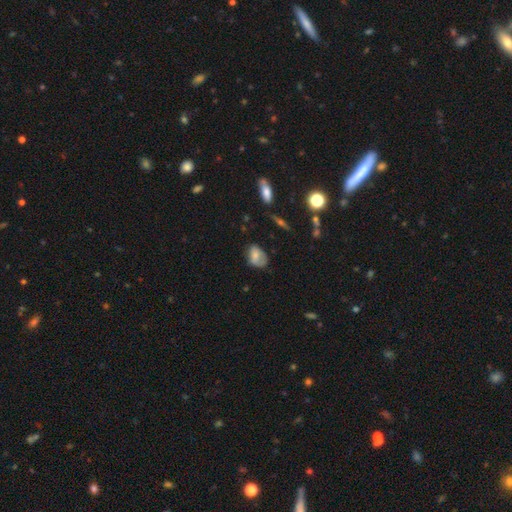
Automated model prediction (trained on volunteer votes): A smooth galaxy with no disk features (71%) that is in between round and cigar-shaped (79%). Merging: none (49%).